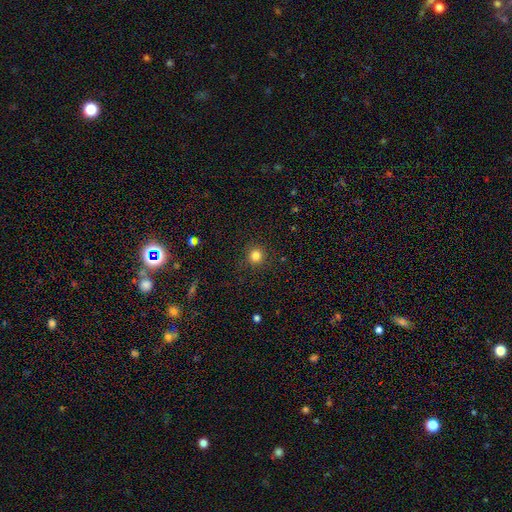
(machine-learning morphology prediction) A smooth galaxy with no disk features (82%) that is round (94%). Merging: none (90%).